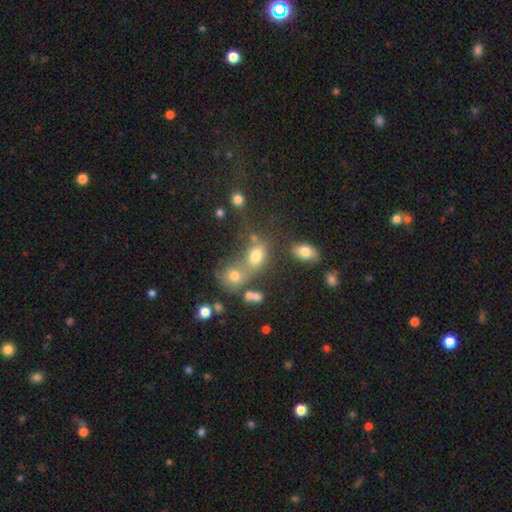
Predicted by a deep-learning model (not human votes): This appears to be a smooth galaxy with no disk features (73%) that is in between round and cigar-shaped (66%). Merging: merger (42%).